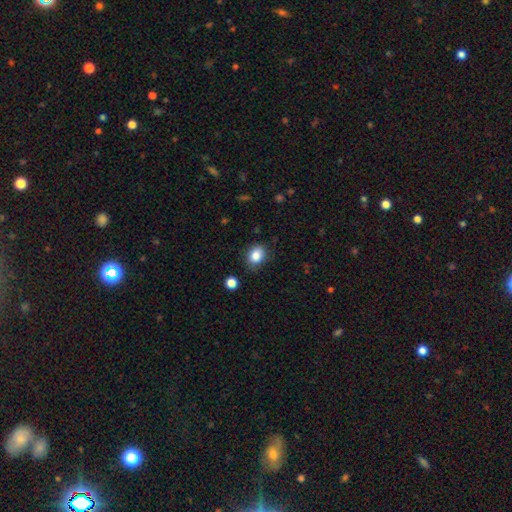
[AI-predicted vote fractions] Morphology: type=smooth (85%); roundness=in between (60%); merging=none (82%).